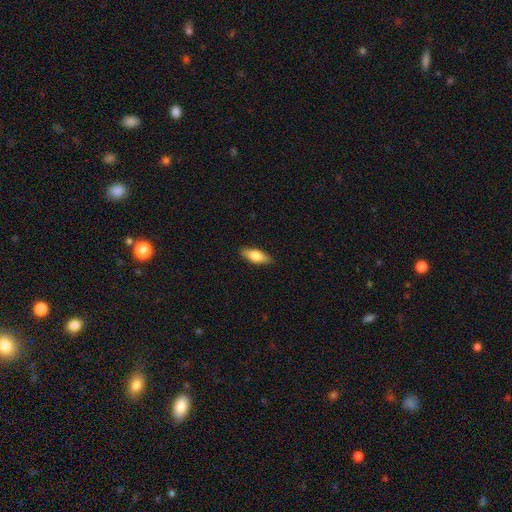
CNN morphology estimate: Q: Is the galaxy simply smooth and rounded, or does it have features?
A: smooth — 74%.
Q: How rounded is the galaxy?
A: in between — 71%.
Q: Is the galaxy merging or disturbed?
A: none — 88%.